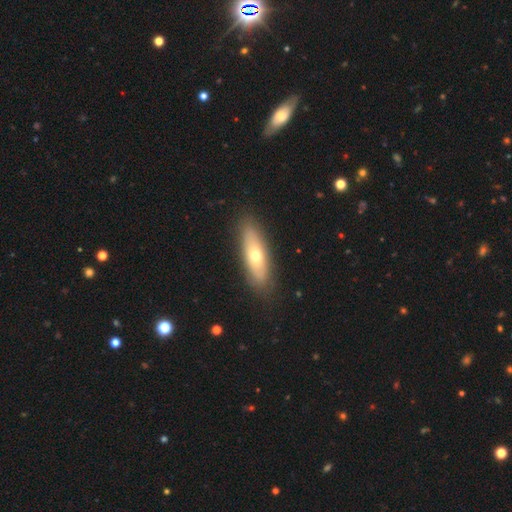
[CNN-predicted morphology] Q: Smooth or featured?
A: smooth (54%); runner-up: featured or disk (39%)
Q: How rounded?
A: in between (52%); runner-up: cigar-shaped (45%)
Q: Merging?
A: none (86%); runner-up: minor disturbance (10%)